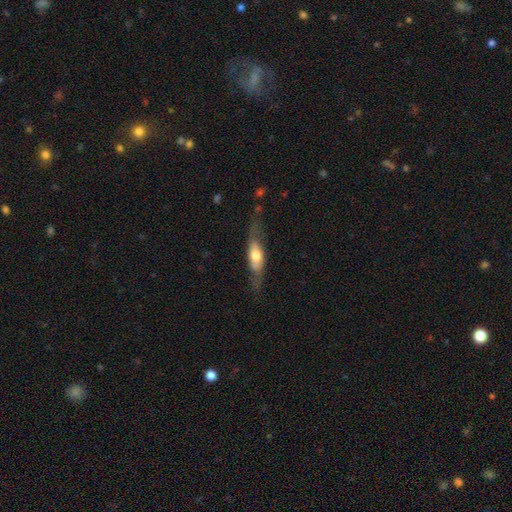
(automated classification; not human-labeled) A featured or disk galaxy (49%). Merging: none (61%).